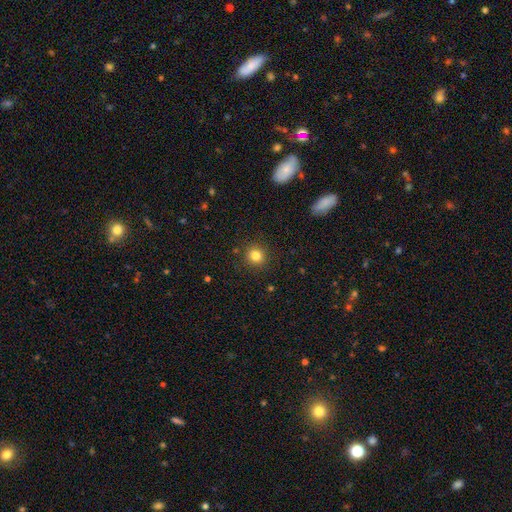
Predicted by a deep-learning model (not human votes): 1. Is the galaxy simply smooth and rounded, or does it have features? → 82% smooth, 13% star or artifact, 6% featured or disk.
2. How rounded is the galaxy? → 90% round, 9% in between, 1% cigar-shaped.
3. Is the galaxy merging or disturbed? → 90% none, 6% minor disturbance, 2% major disturbance, 1% merger.